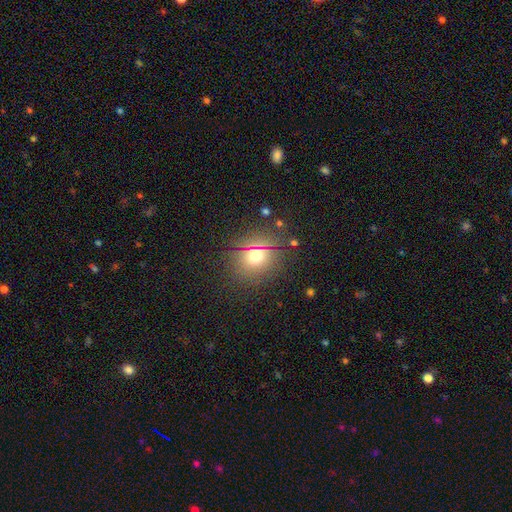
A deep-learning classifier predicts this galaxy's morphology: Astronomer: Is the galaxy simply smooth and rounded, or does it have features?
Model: smooth — 66%.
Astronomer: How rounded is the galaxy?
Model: round — 77%.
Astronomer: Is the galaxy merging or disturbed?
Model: none — 83%.